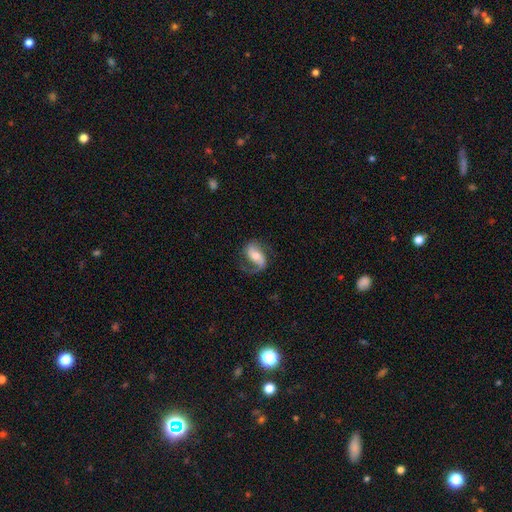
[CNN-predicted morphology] A featured or disk galaxy (74%) with a strong bar (35%), 2 (72%) loose (45%) spiral arms (93%) and a moderate central bulge (55%). Merging: none (65%).